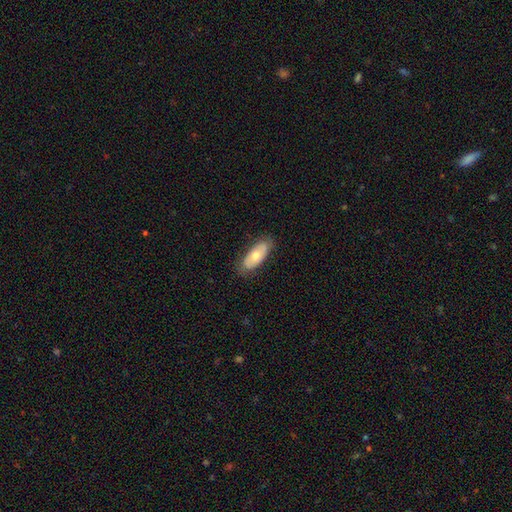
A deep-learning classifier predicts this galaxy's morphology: smooth-or-featured: smooth: 59% | featured or disk: 36% | star or artifact: 6%
  how-rounded: in between: 84% | cigar-shaped: 13% | round: 3%
  merging: none: 81% | minor disturbance: 15% | major disturbance: 3% | merger: 1%